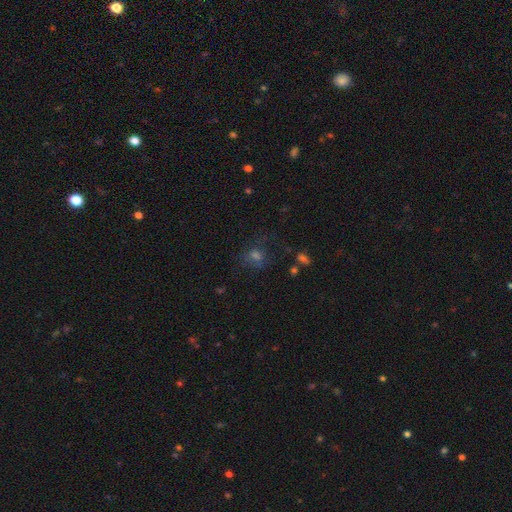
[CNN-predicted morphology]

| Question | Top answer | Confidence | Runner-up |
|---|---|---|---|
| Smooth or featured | smooth | 49% | star or artifact (33%) |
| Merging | none | 59% | minor disturbance (19%) |